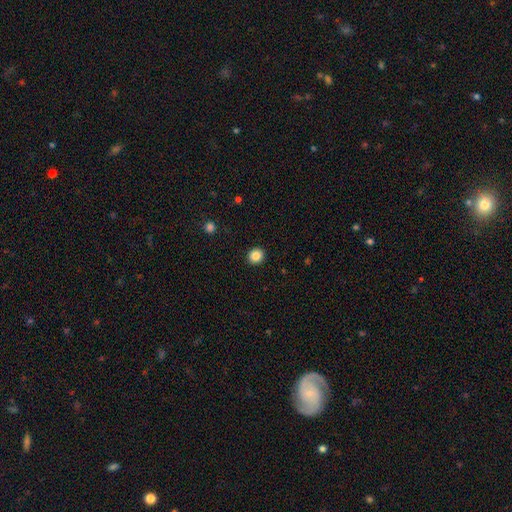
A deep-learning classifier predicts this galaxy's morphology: Smooth or featured? Predicted: smooth (p=0.86). How rounded? Predicted: round (p=0.85). Merging? Predicted: none (p=0.93).